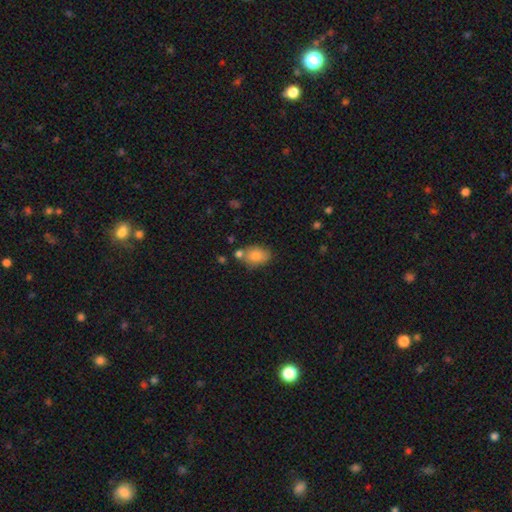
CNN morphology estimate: Smooth or featured?
  - smooth: 81% *
  - featured or disk: 11%
  - star or artifact: 8%
How rounded?
  - in between: 78% *
  - round: 20%
  - cigar-shaped: 1%
Merging?
  - none: 64% *
  - minor disturbance: 18%
  - merger: 14%
  - major disturbance: 4%